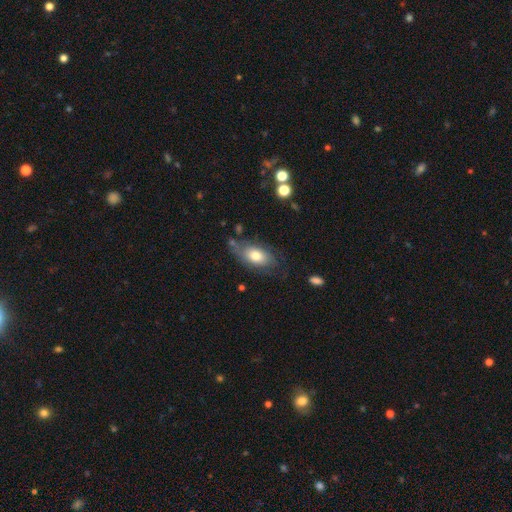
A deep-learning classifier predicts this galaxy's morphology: Smooth or featured? smooth (65%)
How rounded? in between (89%)
Merging? none (61%)